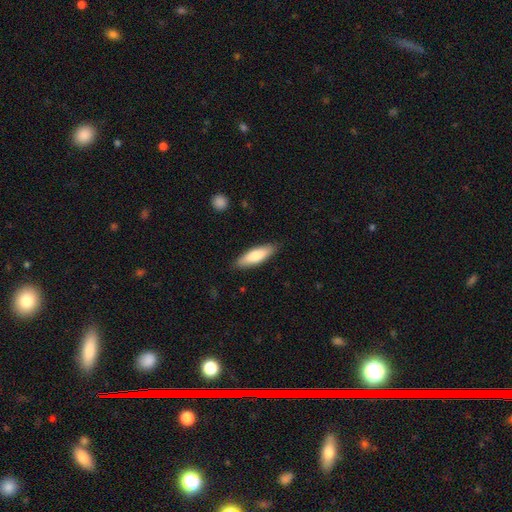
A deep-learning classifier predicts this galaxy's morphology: Smooth or featured: smooth — 76% (featured or disk — 18%)
How rounded: cigar-shaped — 51% (in between — 47%)
Merging: none — 87% (minor disturbance — 10%)